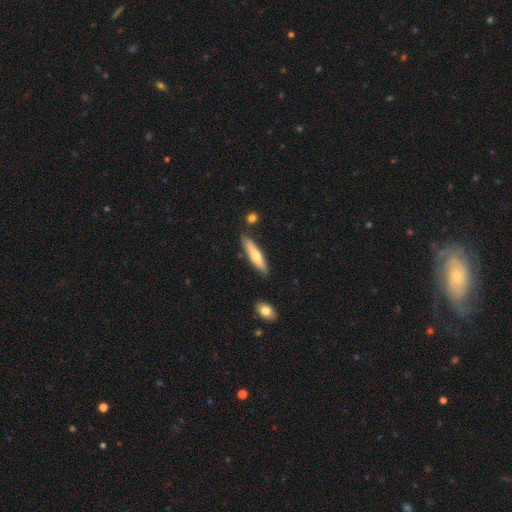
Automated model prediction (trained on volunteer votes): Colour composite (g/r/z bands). It shows a smooth galaxy with no disk features (58%) that is cigar-shaped (80%). Merging: none (85%).